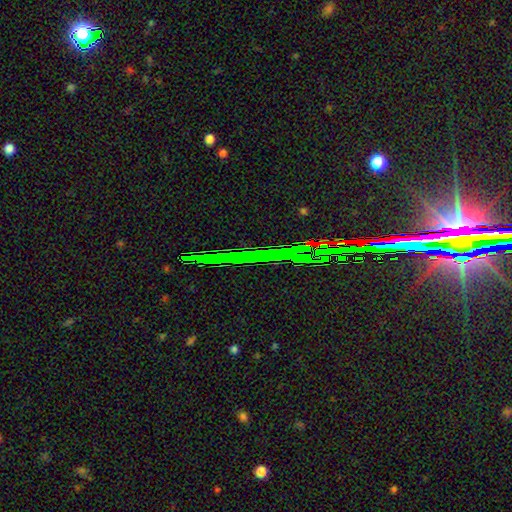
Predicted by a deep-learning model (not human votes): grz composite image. It shows a star or artifact, not a galaxy (80%).